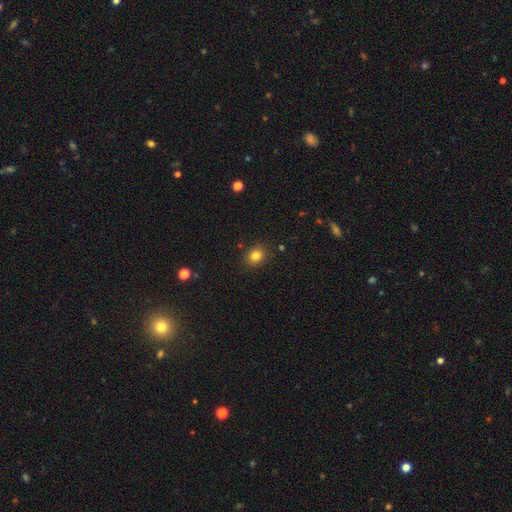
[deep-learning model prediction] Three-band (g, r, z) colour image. It shows a smooth galaxy with no disk features (82%) that is round (61%). Merging: none (87%).